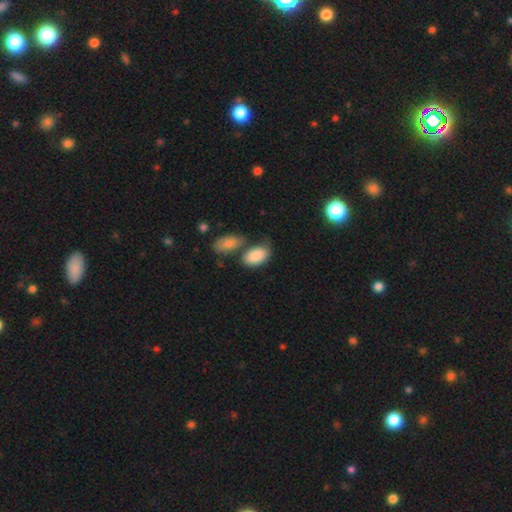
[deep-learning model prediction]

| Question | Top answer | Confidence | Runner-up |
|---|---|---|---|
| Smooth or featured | smooth | 87% | featured or disk (6%) |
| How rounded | in between | 93% | round (5%) |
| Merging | none | 55% | merger (22%) |